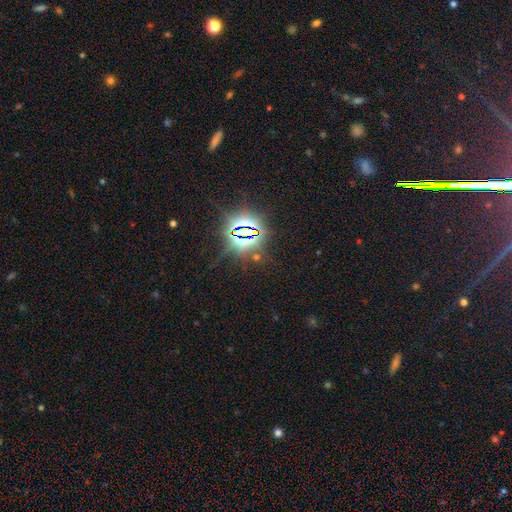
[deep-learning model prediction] smooth_or_featured: star or artifact (p=0.84) [alt: smooth p=0.09]